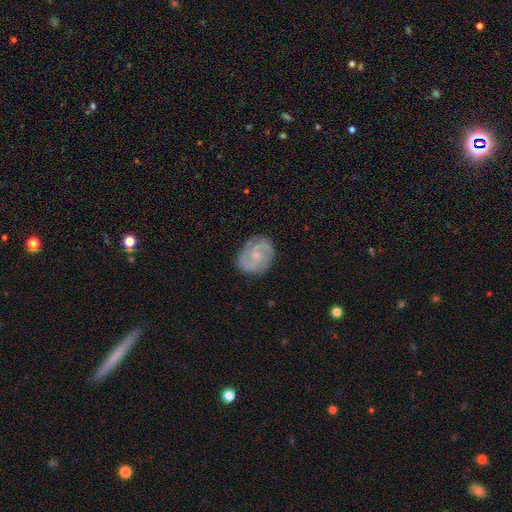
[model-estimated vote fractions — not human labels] A featured or disk galaxy (83%) with no bar (62%), 2 (59%) tight (46%) spiral arms (97%) and a small central bulge (66%). Merging: none (83%).